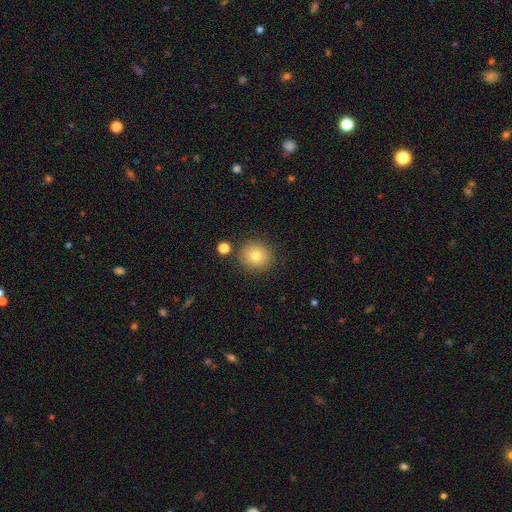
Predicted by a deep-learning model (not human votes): Morphology: type=smooth (78%); roundness=round (87%); merging=none (85%).